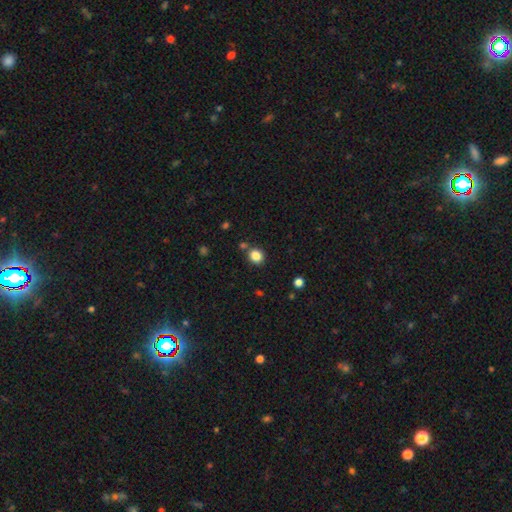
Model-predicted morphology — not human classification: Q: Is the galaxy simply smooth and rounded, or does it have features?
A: smooth — 84%.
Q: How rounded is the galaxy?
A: round — 77%.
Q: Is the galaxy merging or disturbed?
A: none — 80%.